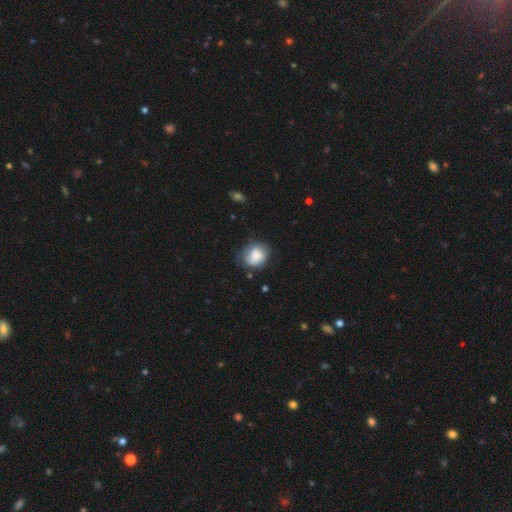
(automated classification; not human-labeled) Morphology: type=smooth (77%); roundness=round (66%); merging=none (58%).